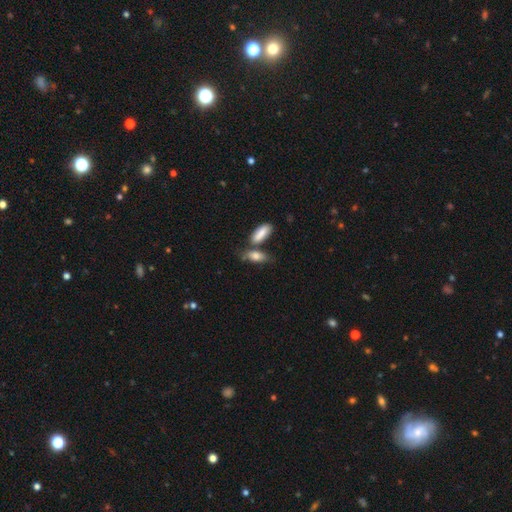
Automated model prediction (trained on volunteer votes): The model was most divided on "merging": none: 50%, merger: 29%, minor disturbance: 16%, major disturbance: 6%. More confident: smooth or featured — smooth (77%); how rounded — in between (72%).